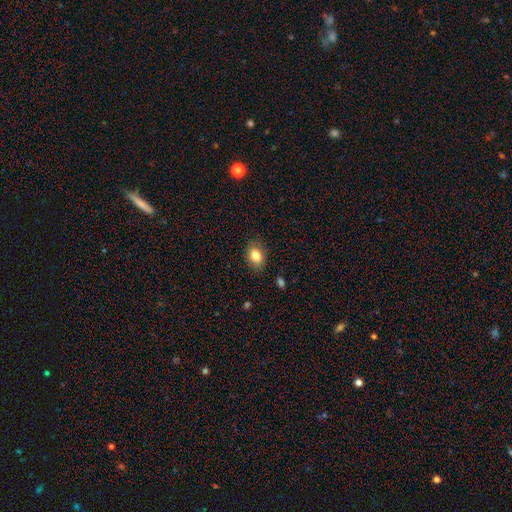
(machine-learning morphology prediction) Smooth or featured: smooth — 83% (star or artifact — 9%)
How rounded: in between — 71% (round — 28%)
Merging: none — 84% (minor disturbance — 12%)